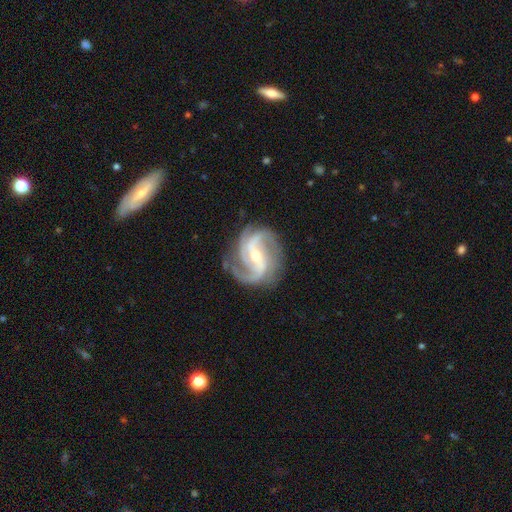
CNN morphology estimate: This is clearly a featured or disk galaxy (93%). It is clearly not viewed edge-on (98%). Bar: marginally weak (40%). Spiral arm pattern: clearly yes (98%). Spiral arm count: marginally 3 (38%, tied with 2). Spiral winding: possibly medium (54%). Central bulge: possibly small (51%). Merging: likely none (77%).